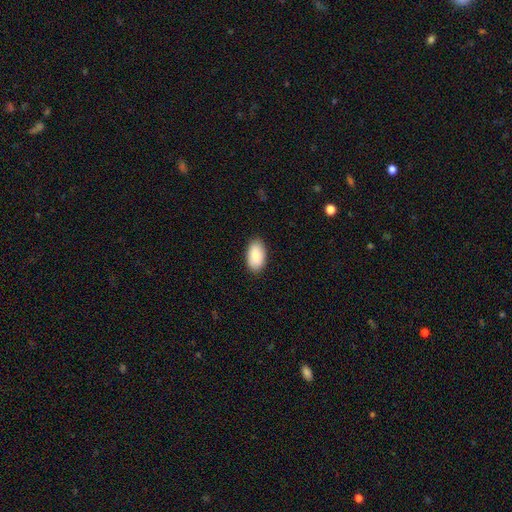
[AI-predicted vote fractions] smooth-or-featured: smooth: 88% | featured or disk: 6% | star or artifact: 6%
  how-rounded: in between: 95% | round: 3% | cigar-shaped: 2%
  merging: none: 88% | minor disturbance: 9% | major disturbance: 2% | merger: 1%